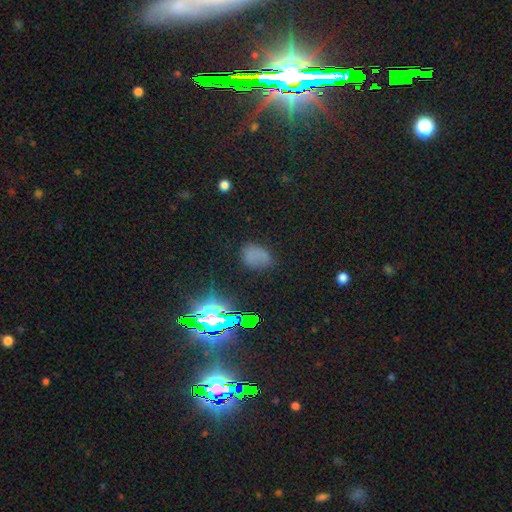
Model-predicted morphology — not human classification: smooth 58%, star or artifact 31%, featured or disk 11%. Down the decision tree: how rounded — in between (77%); merging — none (69%).